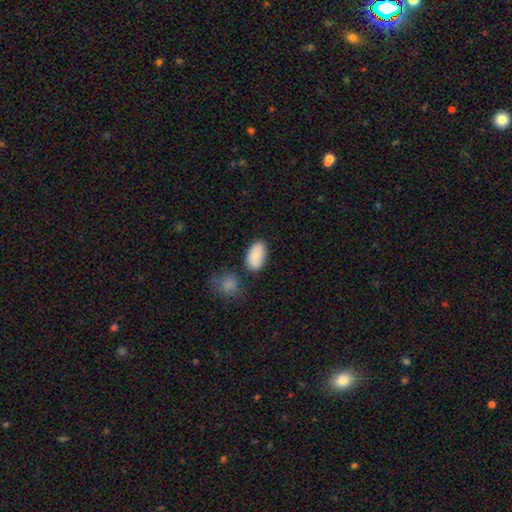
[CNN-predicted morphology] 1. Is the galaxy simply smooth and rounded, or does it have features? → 86% smooth, 8% featured or disk, 6% star or artifact.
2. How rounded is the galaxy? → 94% in between, 4% round, 2% cigar-shaped.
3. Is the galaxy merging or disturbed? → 74% none, 14% minor disturbance, 9% merger, 4% major disturbance.